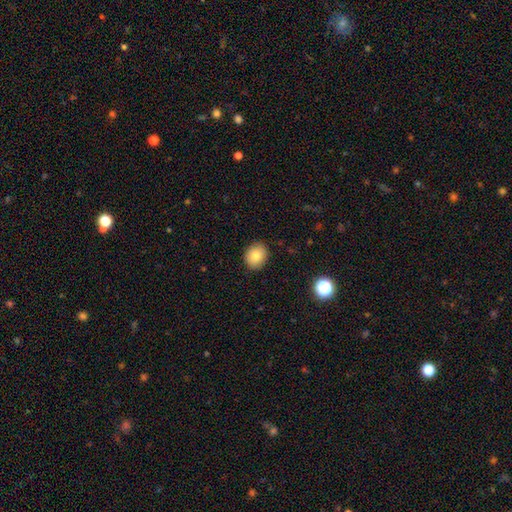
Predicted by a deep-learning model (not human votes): smooth-or-featured: smooth: 81% | featured or disk: 10% | star or artifact: 9%
  how-rounded: round: 60% | in between: 39% | cigar-shaped: 1%
  merging: none: 89% | minor disturbance: 8% | major disturbance: 2% | merger: 1%